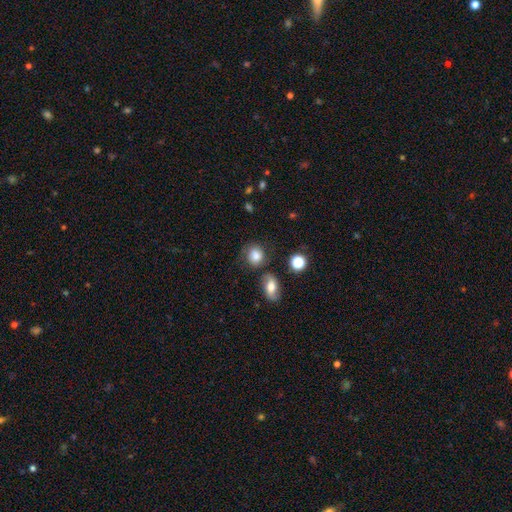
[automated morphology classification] This appears to be a smooth galaxy with no disk features (81%) that is round (67%). Merging: none (70%).